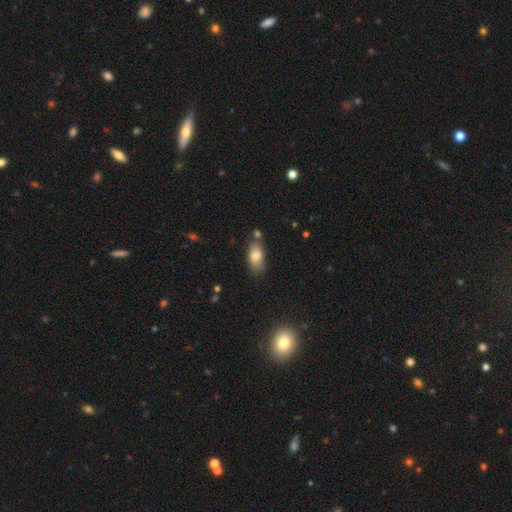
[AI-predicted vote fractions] smooth_or_featured: smooth (p=0.79) [alt: featured or disk p=0.13]
how_rounded: in between (p=0.88) [alt: cigar-shaped p=0.07]
merging: none (p=0.69) [alt: minor disturbance p=0.18]